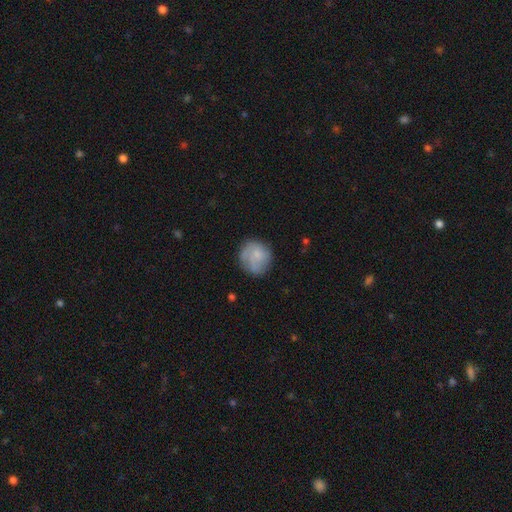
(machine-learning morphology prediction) This appears to be a smooth galaxy with no disk features (65%) that is round (86%). Merging: none (67%).